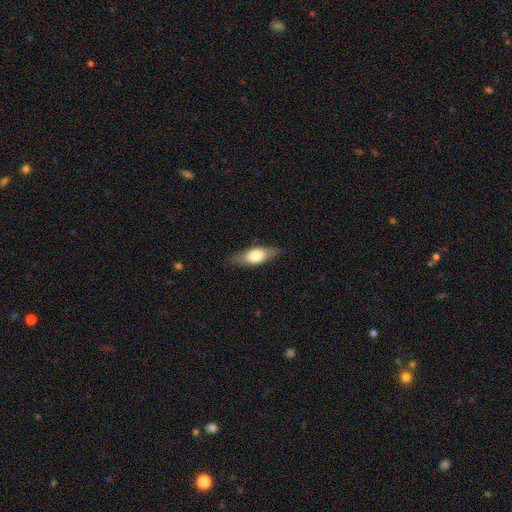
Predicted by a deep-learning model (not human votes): Q: Smooth or featured?
A: smooth (66%); runner-up: featured or disk (28%)
Q: How rounded?
A: in between (73%); runner-up: cigar-shaped (24%)
Q: Merging?
A: none (81%); runner-up: minor disturbance (14%)